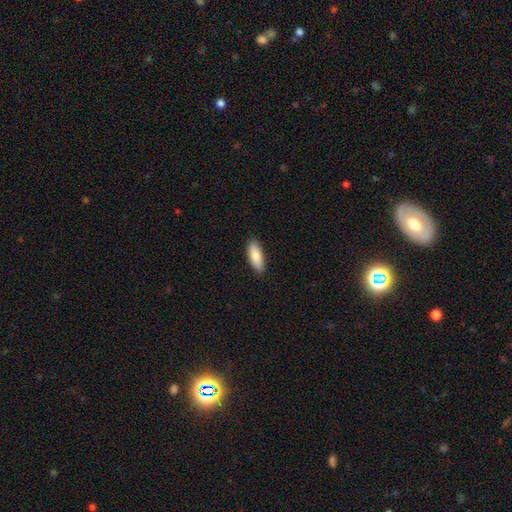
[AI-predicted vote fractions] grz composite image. It shows a smooth galaxy with no disk features (81%) that is in between round and cigar-shaped (73%). Merging: none (89%).